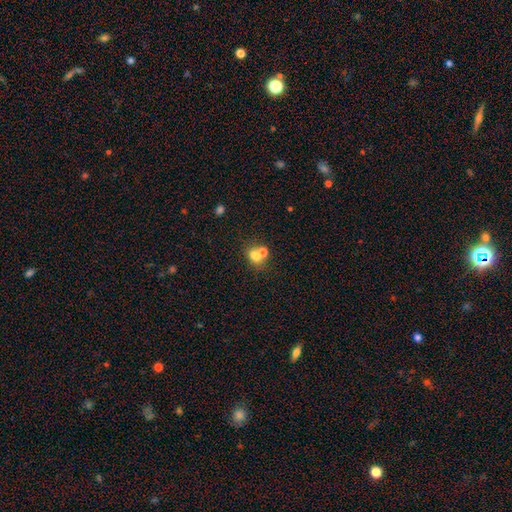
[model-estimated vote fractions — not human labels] Smooth or featured: smooth — 71% (featured or disk — 15%)
How rounded: round — 56% (in between — 43%)
Merging: merger — 49% (none — 38%)